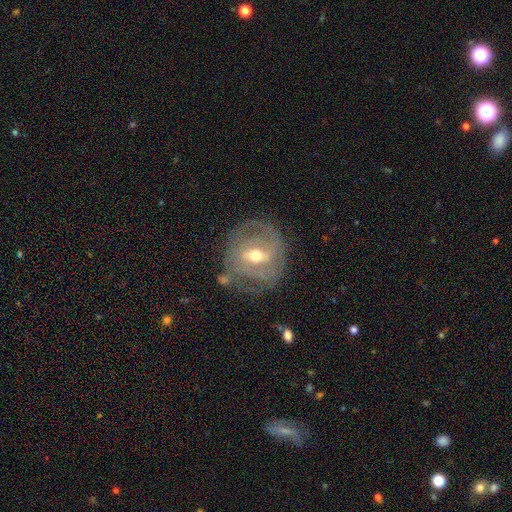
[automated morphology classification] featured or disk 78%, smooth 16%, star or artifact 6%. Down the decision tree: edge-on disk — no (94%); bar — weak (43%); spiral arms — yes (72%); spiral arm count — 2 (44%); spiral winding — tight (55%); bulge size — moderate (65%); merging — none (68%).